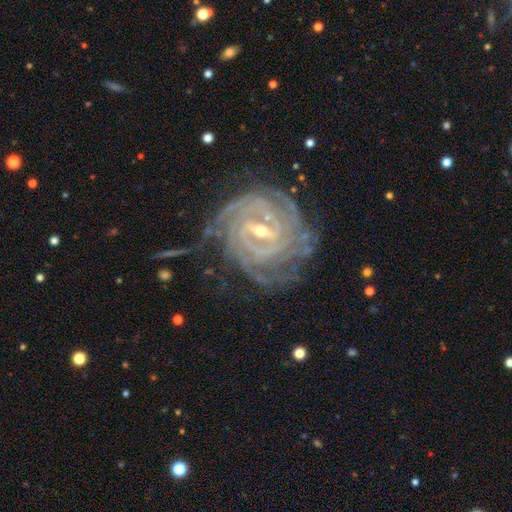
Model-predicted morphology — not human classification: featured or disk 90%, star or artifact 6%, smooth 4%. Down the decision tree: edge-on disk — no (97%); bar — strong (48%); spiral arms — yes (98%); spiral arm count — 4 (27%); spiral winding — tight (84%); bulge size — small (56%); merging — none (71%).